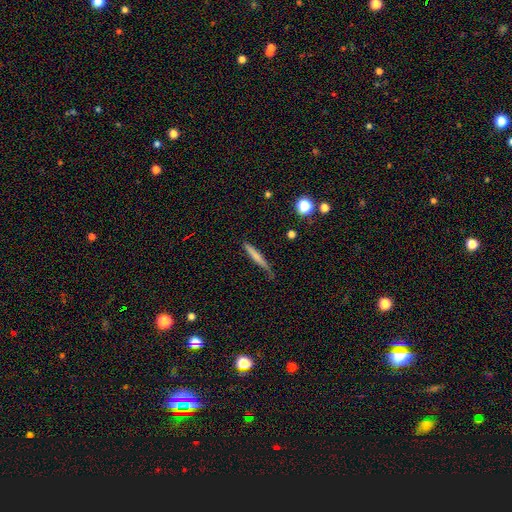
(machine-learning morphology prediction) Smooth or featured: smooth — 63% (featured or disk — 30%)
How rounded: cigar-shaped — 95% (in between — 4%)
Merging: none — 72% (minor disturbance — 21%)